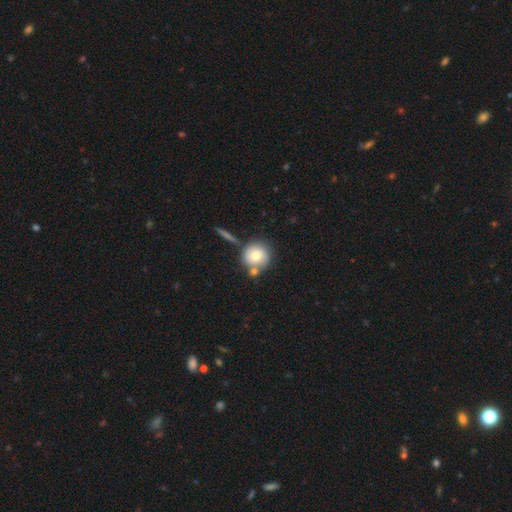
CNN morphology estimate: This is likely a smooth galaxy (73%). How rounded: clearly round (92%). Merging: likely none (63%).